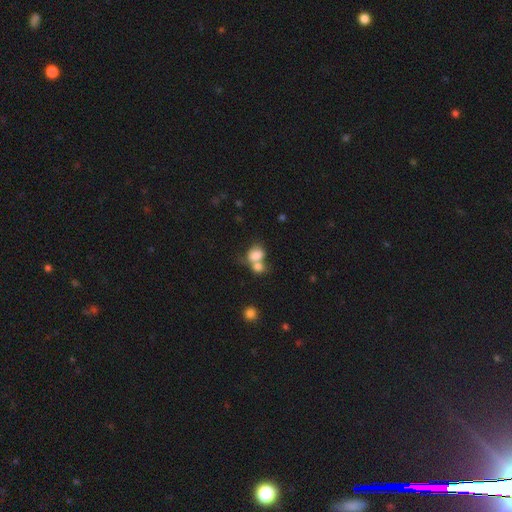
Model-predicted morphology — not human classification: Overall: smooth (78%). How rounded: in between (63%; round 35%). Merging: merger (61%; none 23%).